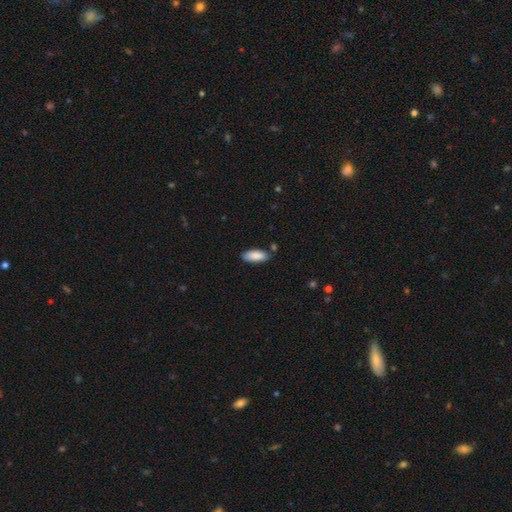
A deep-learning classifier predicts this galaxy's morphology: This is clearly a smooth galaxy (88%). How rounded: clearly in between (84%). Merging: likely none (77%).